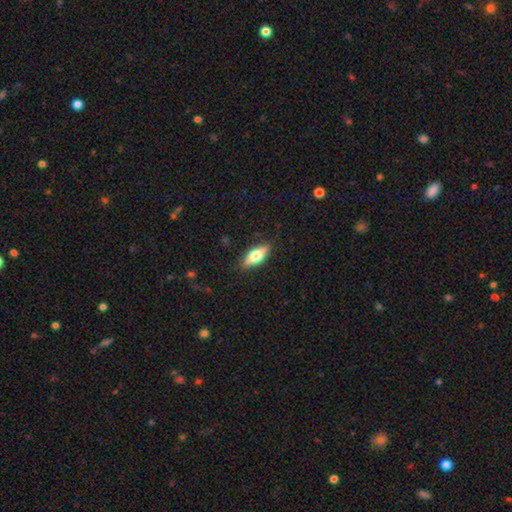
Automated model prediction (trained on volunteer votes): The model was most divided on "smooth or featured": smooth: 54%, featured or disk: 40%, star or artifact: 6%. More confident: merging — none (88%); how rounded — in between (65%).